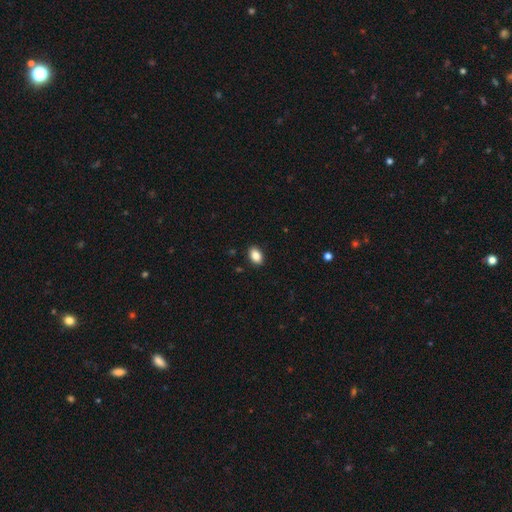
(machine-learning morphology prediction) Smooth or featured? Predicted: smooth (p=0.87). How rounded? Predicted: in between (p=0.88). Merging? Predicted: none (p=0.89).